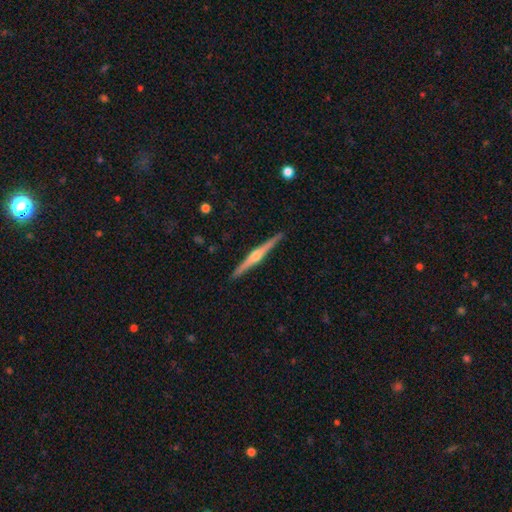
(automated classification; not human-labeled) The model was most divided on "smooth or featured": featured or disk: 80%, smooth: 15%, star or artifact: 5%. More confident: edge-on disk — yes (99%); merging — none (92%); edge-on bulge — rounded (90%).